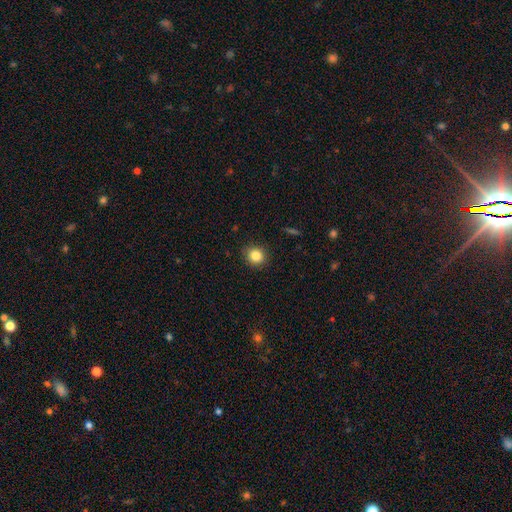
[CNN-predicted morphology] smooth-or-featured: smooth: 84% | star or artifact: 10% | featured or disk: 5%
  how-rounded: round: 83% | in between: 16% | cigar-shaped: 1%
  merging: none: 88% | minor disturbance: 9% | major disturbance: 2% | merger: 1%